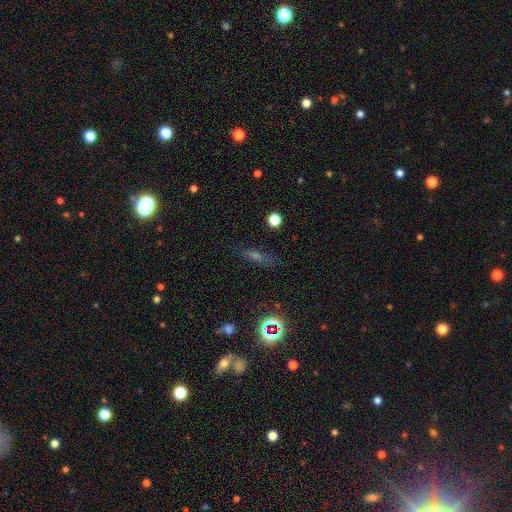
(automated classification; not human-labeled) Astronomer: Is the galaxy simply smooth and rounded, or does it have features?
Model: smooth — 42% (runner-up: star or artifact, 32%).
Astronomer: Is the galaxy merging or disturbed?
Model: none — 76%.